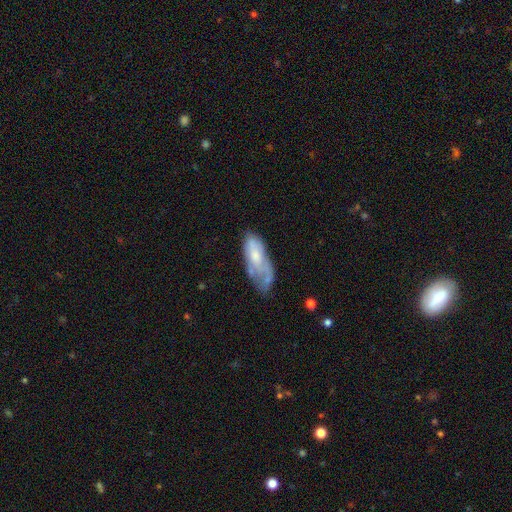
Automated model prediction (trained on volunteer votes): Q: Smooth or featured?
A: smooth (54%); runner-up: featured or disk (39%)
Q: How rounded?
A: in between (75%); runner-up: cigar-shaped (23%)
Q: Merging?
A: none (34%); runner-up: minor disturbance (32%)